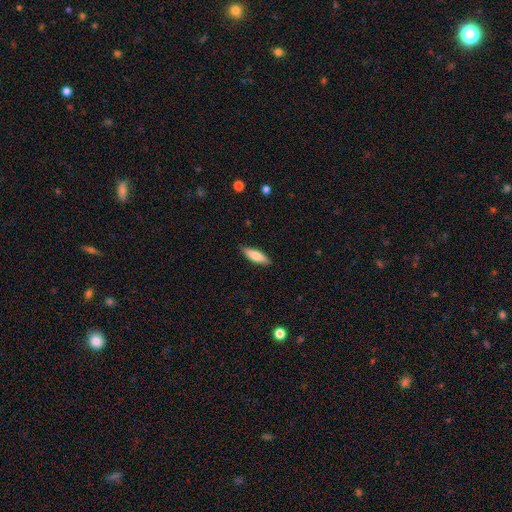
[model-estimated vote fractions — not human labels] Smooth or featured? smooth (73%)
How rounded? cigar-shaped (53%)
Merging? none (87%)